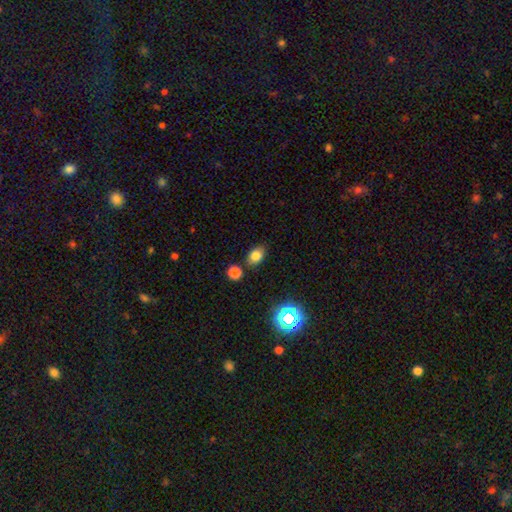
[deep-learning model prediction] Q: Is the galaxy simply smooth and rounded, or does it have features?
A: smooth — 78%.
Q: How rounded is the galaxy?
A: in between — 77%.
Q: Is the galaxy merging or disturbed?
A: none — 79%.